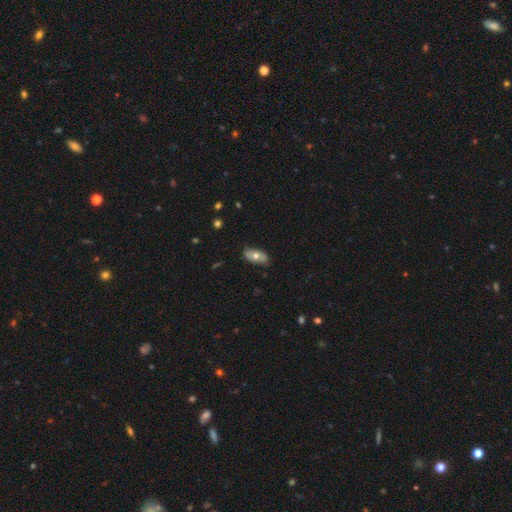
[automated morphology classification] Smooth or featured? smooth (62%)
How rounded? in between (88%)
Merging? none (79%)